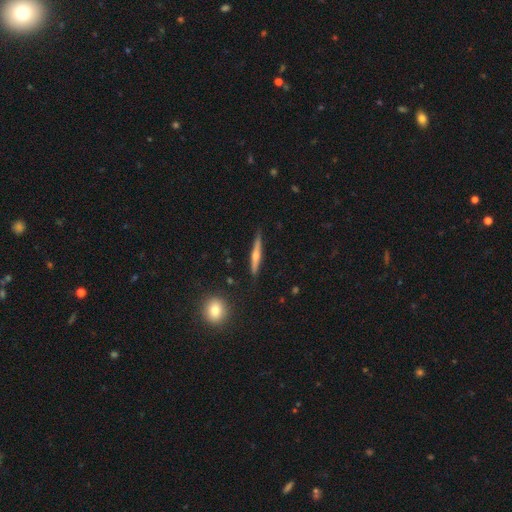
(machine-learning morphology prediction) This appears to be a featured or disk galaxy (67%) viewed edge-on (97%) with a rounded central bulge (88%). Merging: none (89%).